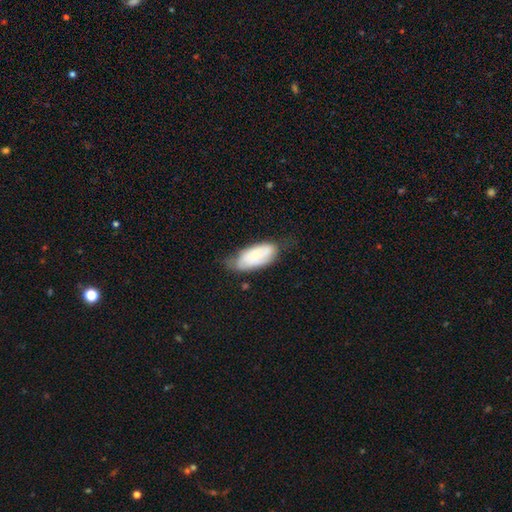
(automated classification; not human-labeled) A smooth galaxy with no disk features (54%) that is in between round and cigar-shaped (89%). Merging: none (57%).